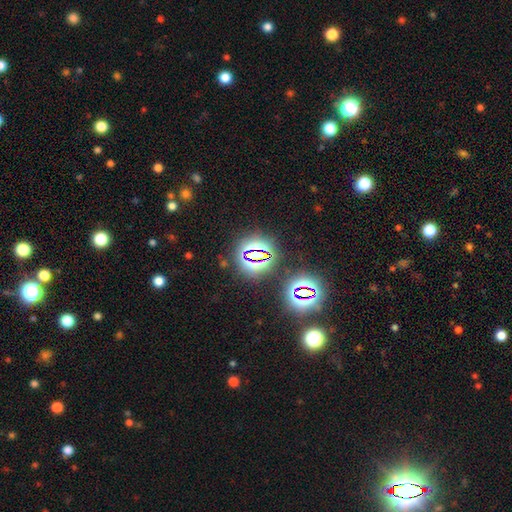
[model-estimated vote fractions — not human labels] Morphology: type=star or artifact (73%).